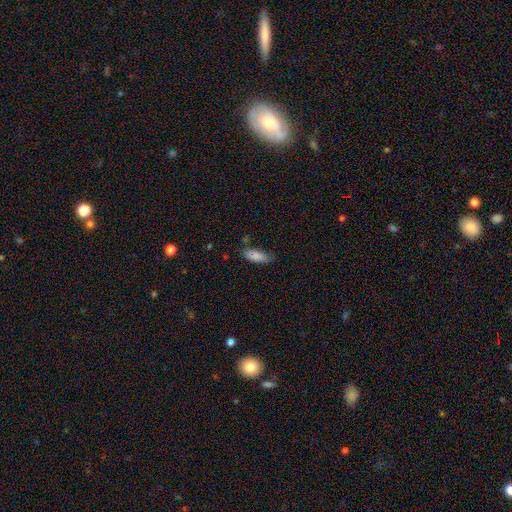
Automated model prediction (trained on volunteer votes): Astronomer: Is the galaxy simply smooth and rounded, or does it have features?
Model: smooth — 83%.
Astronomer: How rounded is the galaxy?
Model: in between — 72%.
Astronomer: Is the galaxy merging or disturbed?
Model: none — 62%.